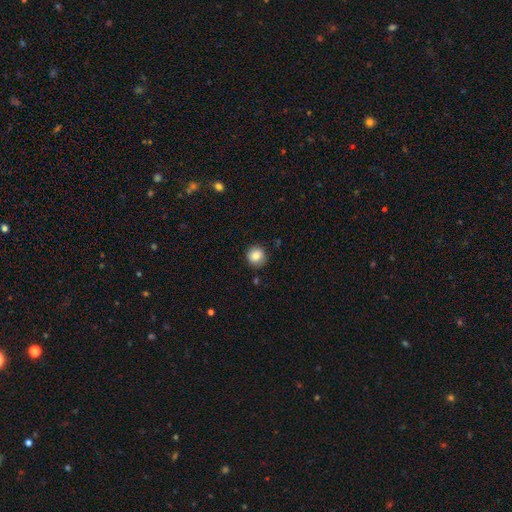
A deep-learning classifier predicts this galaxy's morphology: This appears to be a smooth galaxy with no disk features (85%) that is round (92%). Merging: none (87%).